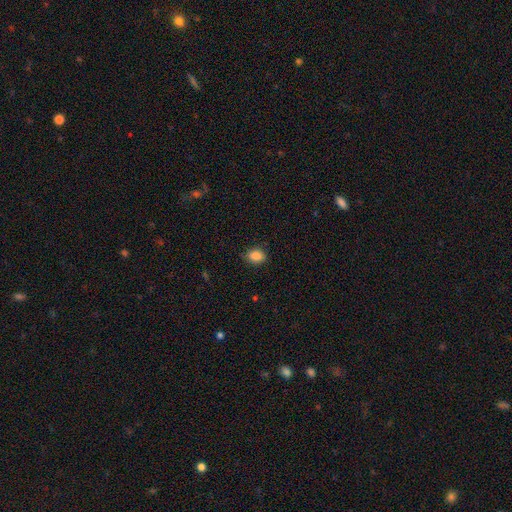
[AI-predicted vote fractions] Smooth or featured?
  - smooth: 87% *
  - star or artifact: 9%
  - featured or disk: 4%
How rounded?
  - in between: 68% *
  - round: 31%
  - cigar-shaped: 1%
Merging?
  - none: 83% *
  - minor disturbance: 13%
  - major disturbance: 3%
  - merger: 1%